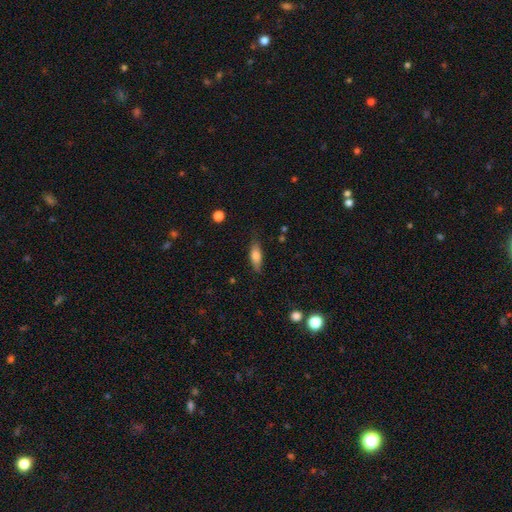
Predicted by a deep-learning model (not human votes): Smooth or featured? Predicted: smooth (p=0.71). How rounded? Predicted: in between (p=0.62). Merging? Predicted: none (p=0.76).